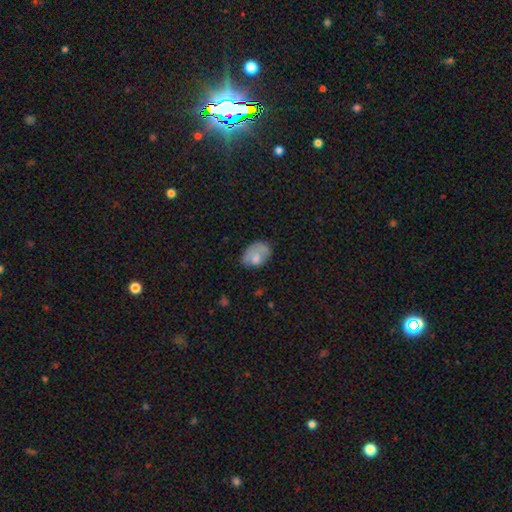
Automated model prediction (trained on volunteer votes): Smooth or featured: smooth — 64% (featured or disk — 28%)
How rounded: in between — 78% (round — 21%)
Merging: none — 46% (minor disturbance — 31%)